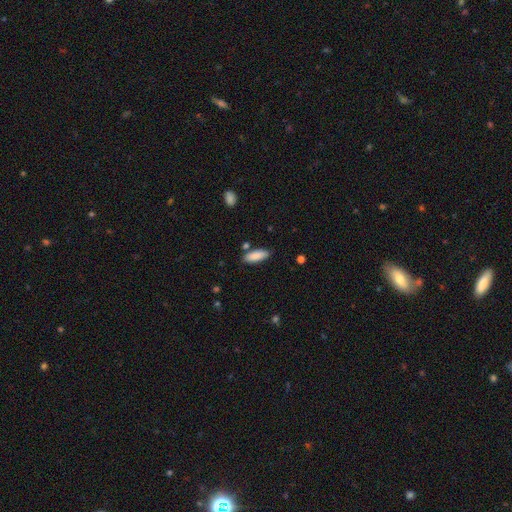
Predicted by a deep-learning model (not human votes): Morphology: type=smooth (88%); roundness=in between (65%); merging=none (82%).